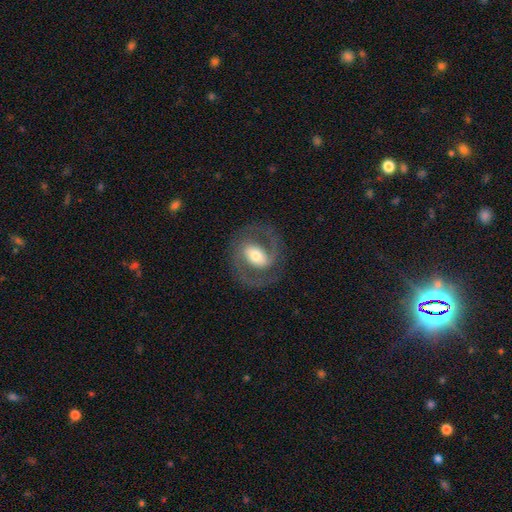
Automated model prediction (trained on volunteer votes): Overall: featured or disk (82%). Edge-on disk: no (97%). Bar: weak (39%; strong 36%). Spiral arms: yes (90%). Spiral arm count: 2 (91%). Spiral winding: medium (57%; tight 27%). Bulge size: moderate (59%). Merging: none (80%).